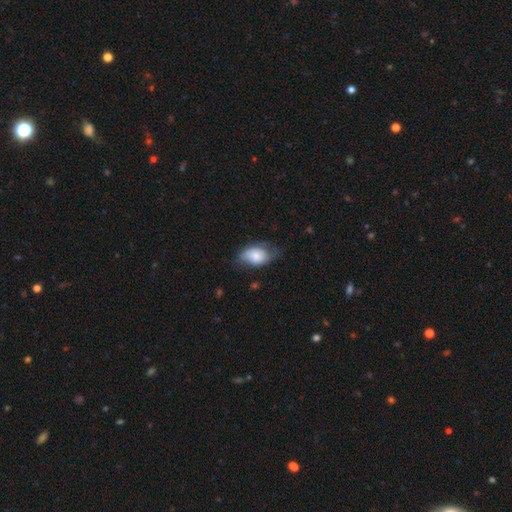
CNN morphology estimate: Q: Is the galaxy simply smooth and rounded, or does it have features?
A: smooth — 74%.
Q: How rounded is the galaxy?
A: in between — 88%.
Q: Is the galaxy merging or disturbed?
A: none — 49%.